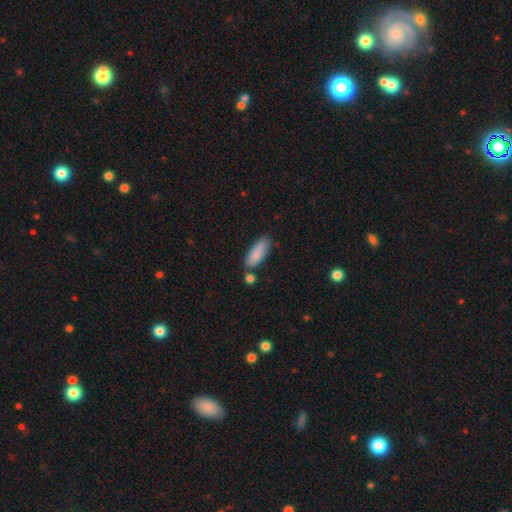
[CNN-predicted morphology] Overall: smooth (86%). How rounded: in between (68%; cigar-shaped 30%). Merging: none (65%).